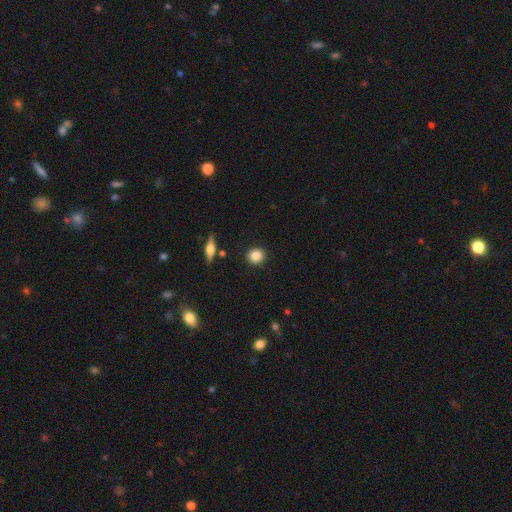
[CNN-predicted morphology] Q: Smooth or featured?
A: smooth (85%); runner-up: star or artifact (8%)
Q: How rounded?
A: round (88%); runner-up: in between (11%)
Q: Merging?
A: none (90%); runner-up: minor disturbance (6%)